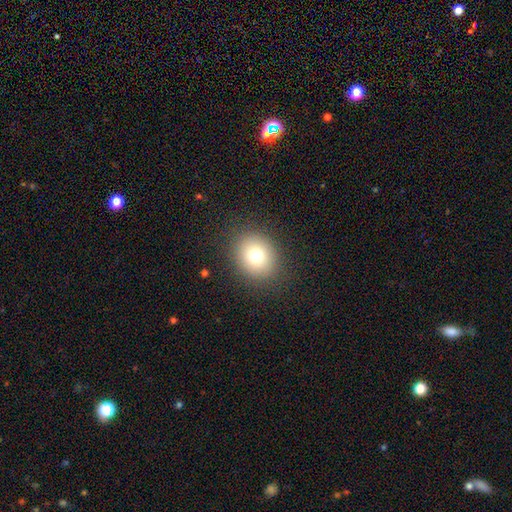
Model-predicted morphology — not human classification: Smooth or featured? Predicted: smooth (p=0.77). How rounded? Predicted: round (p=0.68). Merging? Predicted: none (p=0.87).